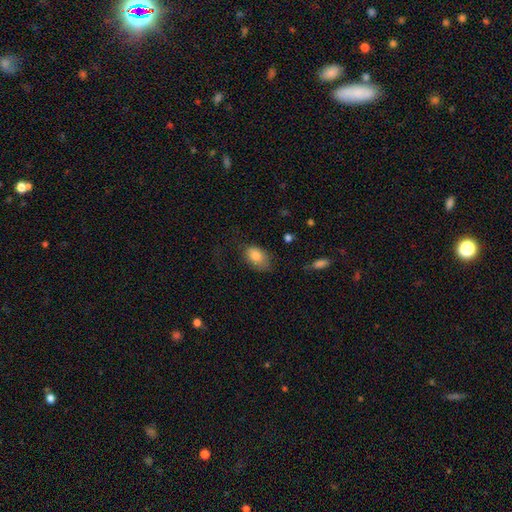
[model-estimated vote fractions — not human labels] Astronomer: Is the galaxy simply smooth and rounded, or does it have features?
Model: smooth — 80%.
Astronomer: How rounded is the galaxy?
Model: in between — 85%.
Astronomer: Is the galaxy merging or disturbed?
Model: none — 58%.